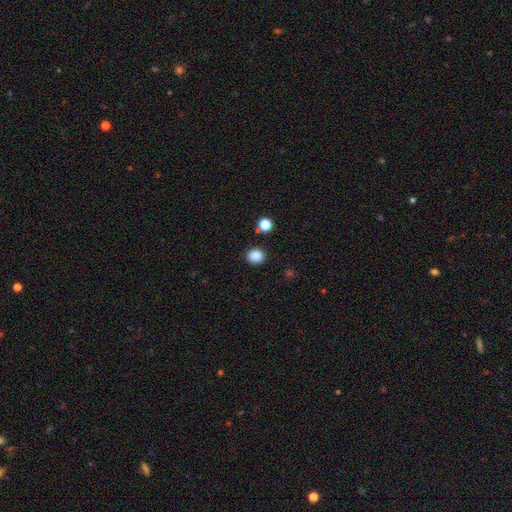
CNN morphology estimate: A smooth galaxy with no disk features (86%) that is round (82%).

Vote fractions:
- Smooth or featured? smooth: 86% / star or artifact: 11% / featured or disk: 3%
- How rounded? round: 82% / in between: 18% / cigar-shaped: 1%
- Merging? none: 88% / minor disturbance: 7% / merger: 3% / major disturbance: 2%